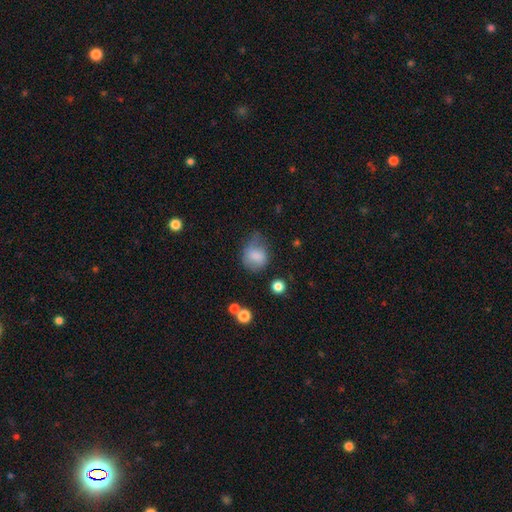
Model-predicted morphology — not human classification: smooth-or-featured: smooth: 80% | featured or disk: 11% | star or artifact: 9%
  how-rounded: round: 62% | in between: 37% | cigar-shaped: 1%
  merging: none: 40% | minor disturbance: 38% | major disturbance: 19% | merger: 3%